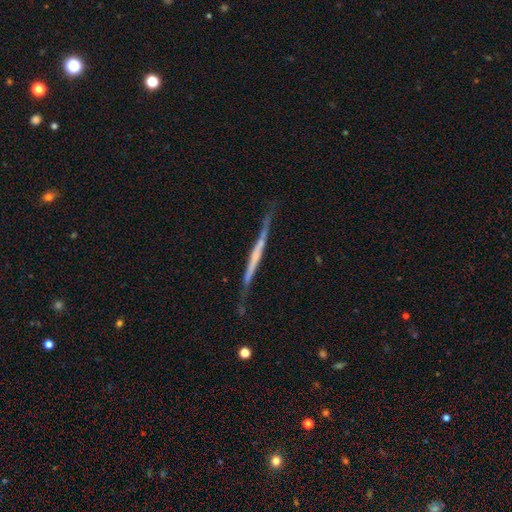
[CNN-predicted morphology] Smooth or featured? featured or disk (70%)
Edge-on disk? yes (95%)
Edge-on bulge? none (72%)
Merging? none (72%)